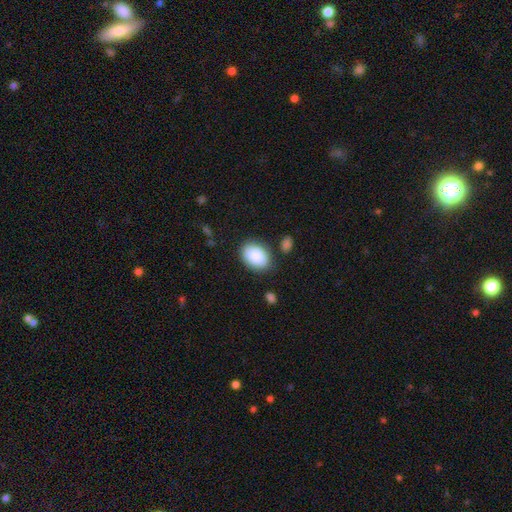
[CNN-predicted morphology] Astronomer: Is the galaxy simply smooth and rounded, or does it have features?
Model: smooth — 88%.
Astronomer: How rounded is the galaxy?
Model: in between — 80%.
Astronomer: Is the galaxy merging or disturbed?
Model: none — 79%.